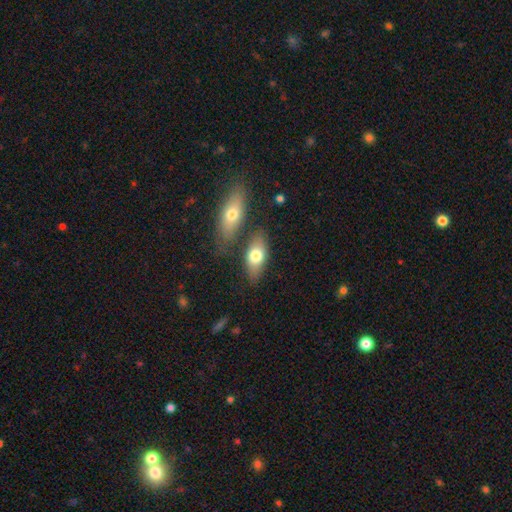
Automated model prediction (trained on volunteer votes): smooth 73%, featured or disk 21%, star or artifact 6%. Down the decision tree: how rounded — in between (86%); merging — none (69%).